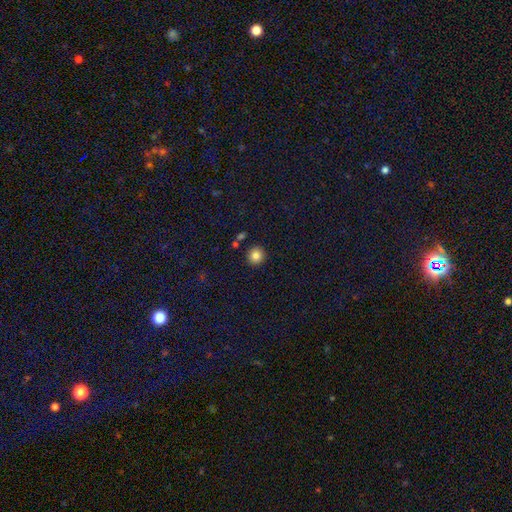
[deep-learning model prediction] Morphology: type=smooth (83%); roundness=round (94%); merging=none (89%).